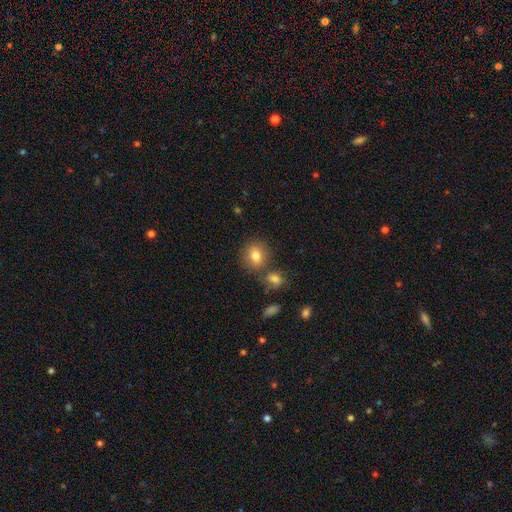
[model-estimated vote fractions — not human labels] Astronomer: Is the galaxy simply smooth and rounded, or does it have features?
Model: smooth — 78%.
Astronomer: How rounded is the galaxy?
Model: round — 57% (runner-up: in between, 41%).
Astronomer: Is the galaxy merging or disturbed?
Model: none — 69%.